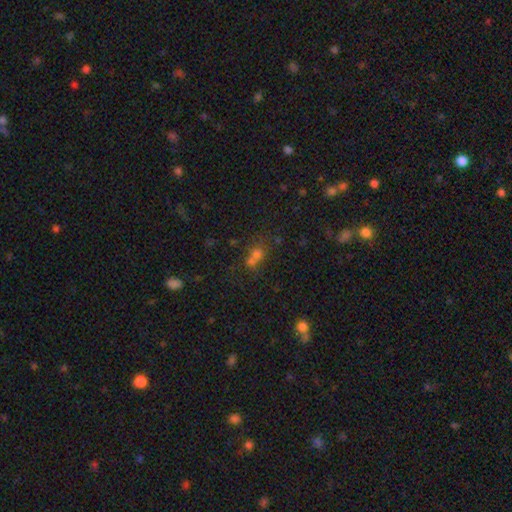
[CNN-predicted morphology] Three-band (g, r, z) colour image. It shows a smooth galaxy with no disk features (53%) that is round (71%). Merging: merger (45%).